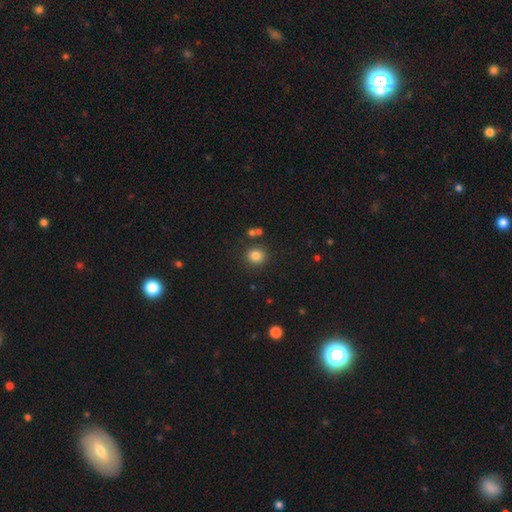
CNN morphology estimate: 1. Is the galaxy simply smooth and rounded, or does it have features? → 83% smooth, 12% star or artifact, 5% featured or disk.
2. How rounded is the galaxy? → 81% round, 18% in between, 1% cigar-shaped.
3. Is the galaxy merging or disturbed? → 84% none, 8% minor disturbance, 5% merger, 3% major disturbance.